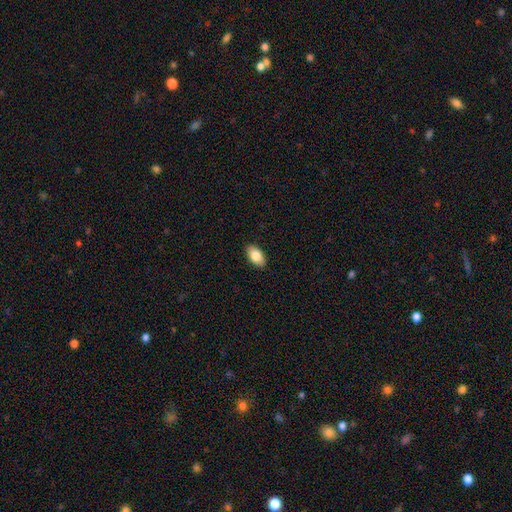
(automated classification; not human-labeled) Overall: smooth (84%). How rounded: in between (94%). Merging: none (90%).